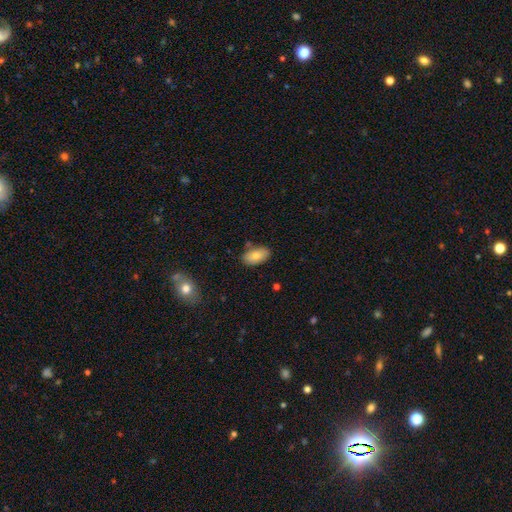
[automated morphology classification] Smooth or featured? Predicted: smooth (p=0.79). How rounded? Predicted: in between (p=0.93). Merging? Predicted: none (p=0.79).